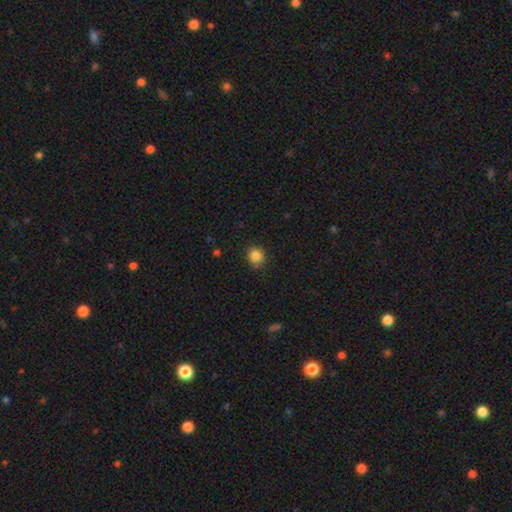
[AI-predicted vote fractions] This appears to be a smooth galaxy with no disk features (85%) that is round (85%). Merging: none (84%).